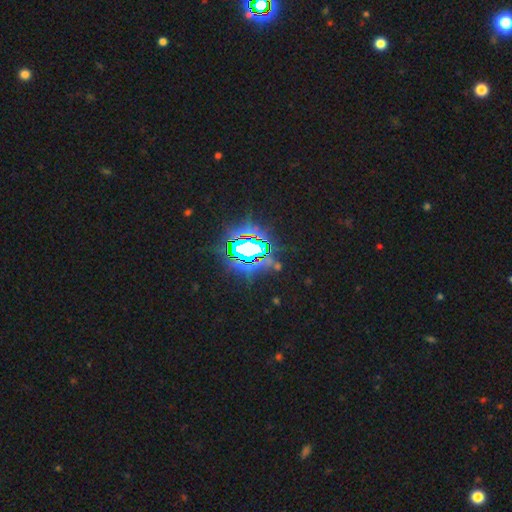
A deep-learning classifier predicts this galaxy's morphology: star or artifact 79%, smooth 12%, featured or disk 9%.